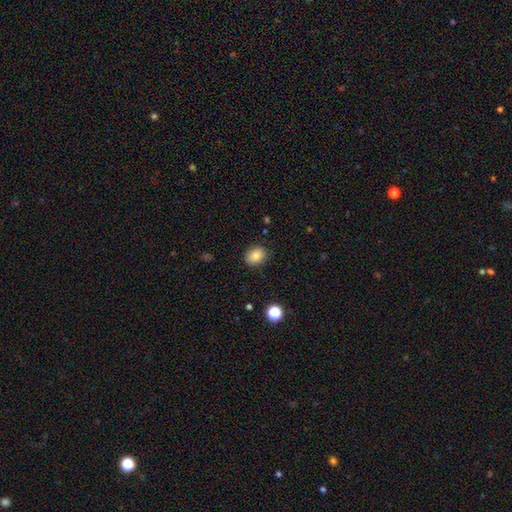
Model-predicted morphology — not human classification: Smooth or featured?
  - smooth: 84% *
  - star or artifact: 10%
  - featured or disk: 6%
How rounded?
  - in between: 61% *
  - round: 38%
  - cigar-shaped: 1%
Merging?
  - none: 86% *
  - minor disturbance: 10%
  - major disturbance: 3%
  - merger: 1%